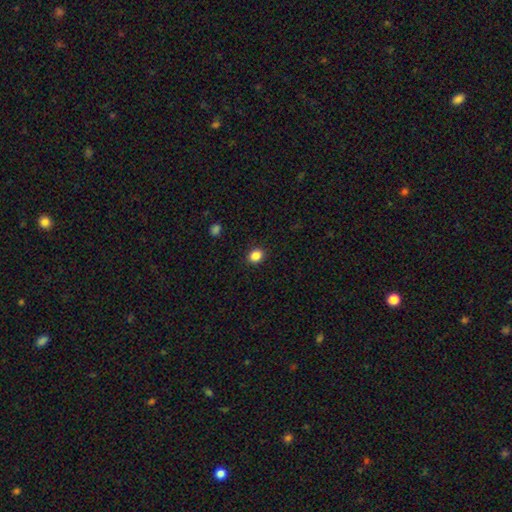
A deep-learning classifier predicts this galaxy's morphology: type=smooth (86%); roundness=round (57%); merging=none (91%).